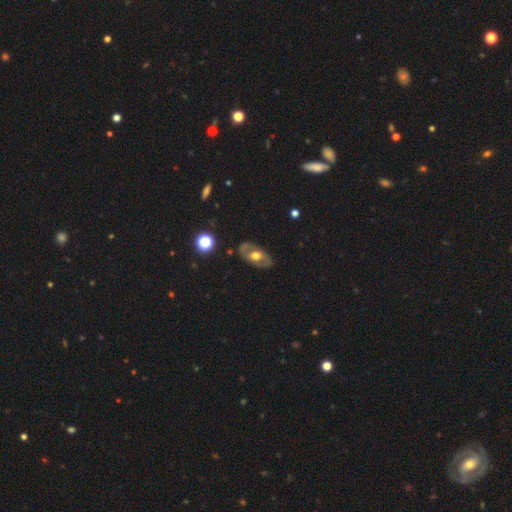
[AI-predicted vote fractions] Smooth or featured? Predicted: featured or disk (p=0.61). Edge-on disk? Predicted: no (p=0.89). Bar? Predicted: no (p=0.66). Spiral arms? Predicted: no (p=0.55). Bulge size? Predicted: moderate (p=0.67). Merging? Predicted: none (p=0.78).